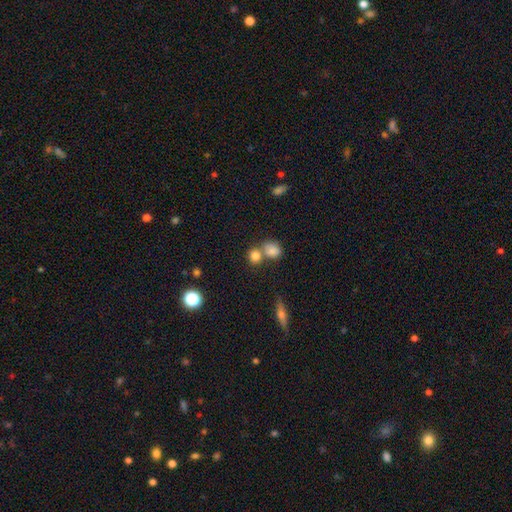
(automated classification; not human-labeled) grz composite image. It shows a smooth galaxy with no disk features (80%) that is round (75%). Merging: none (45%).